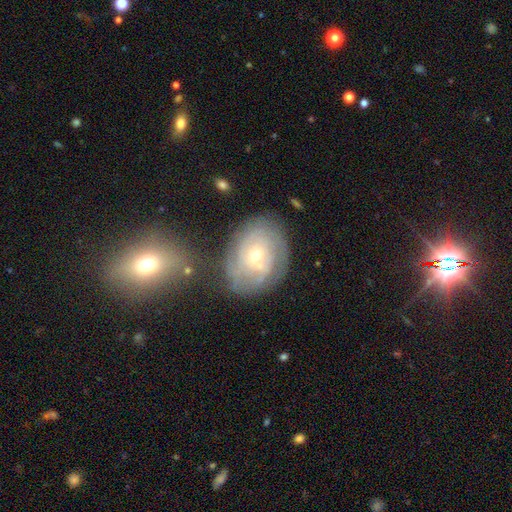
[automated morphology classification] smooth_or_featured: featured or disk (p=0.66) [alt: smooth p=0.26]
disk_edge_on: no (p=0.96) [alt: yes p=0.04]
bar: no (p=0.73) [alt: weak p=0.23]
has_spiral_arms: yes (p=0.75) [alt: no p=0.25]
bulge_size: small (p=0.62) [alt: moderate p=0.35]
merging: none (p=0.62) [alt: minor disturbance p=0.21]